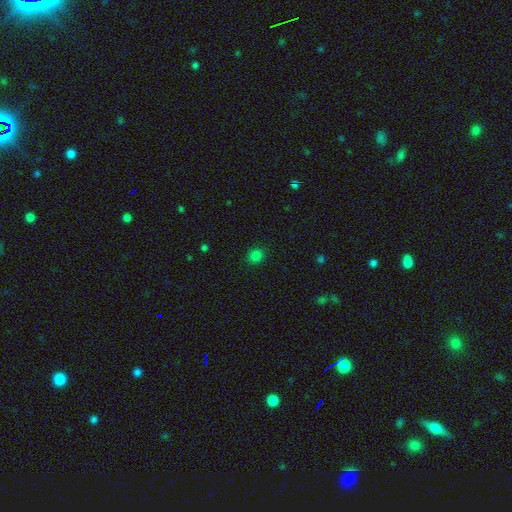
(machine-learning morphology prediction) This appears to be a smooth galaxy with no disk features (81%) that is round (81%). Merging: none (90%).